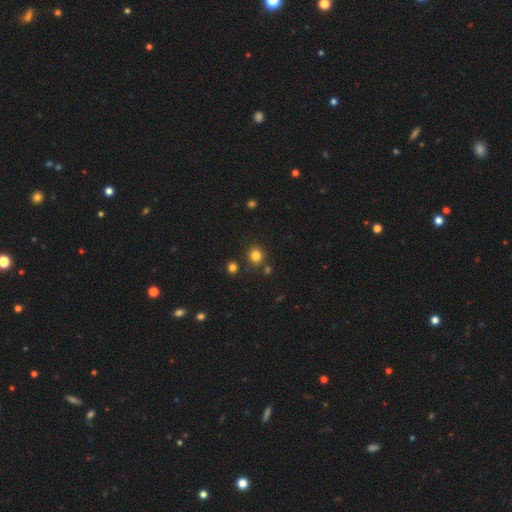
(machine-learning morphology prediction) Smooth or featured: smooth — 81% (star or artifact — 14%)
How rounded: round — 85% (in between — 14%)
Merging: none — 82% (minor disturbance — 8%)